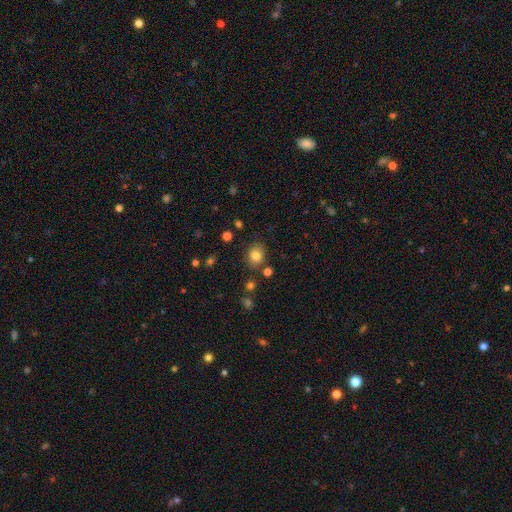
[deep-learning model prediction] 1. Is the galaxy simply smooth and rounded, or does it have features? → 81% smooth, 12% star or artifact, 7% featured or disk.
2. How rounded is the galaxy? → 63% round, 36% in between, 1% cigar-shaped.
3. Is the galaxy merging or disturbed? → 82% none, 11% minor disturbance, 4% merger, 3% major disturbance.